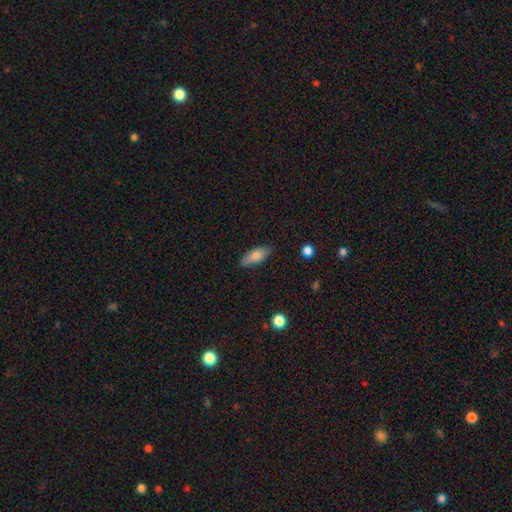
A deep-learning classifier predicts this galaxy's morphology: This is likely a smooth galaxy (76%). How rounded: likely in between (74%). Merging: clearly none (82%).